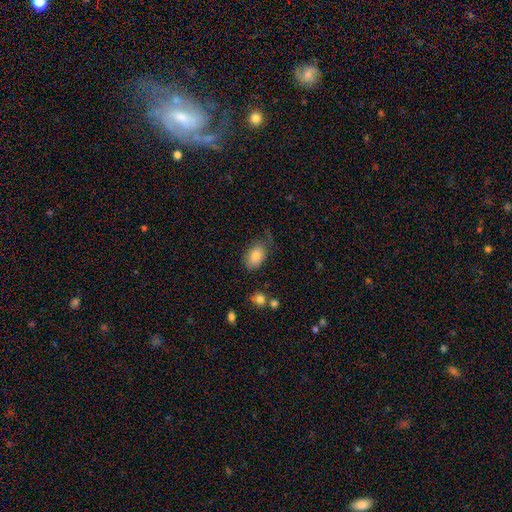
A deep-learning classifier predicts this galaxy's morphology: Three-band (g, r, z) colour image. It shows a smooth galaxy with no disk features (81%) that is in between round and cigar-shaped (88%). Merging: none (55%).